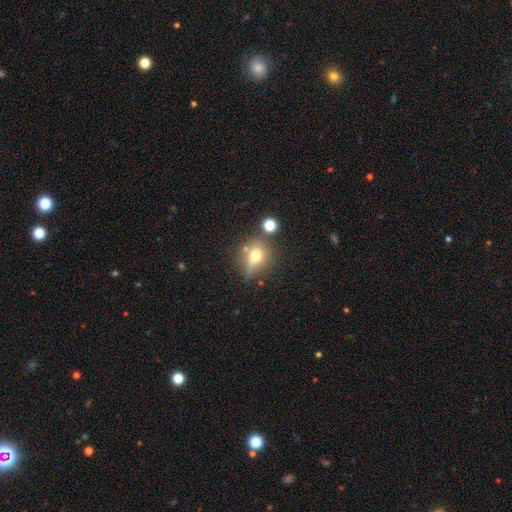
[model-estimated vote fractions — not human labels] Smooth or featured?
  - smooth: 59% *
  - featured or disk: 26%
  - star or artifact: 15%
How rounded?
  - round: 56% *
  - in between: 40%
  - cigar-shaped: 5%
Merging?
  - none: 55% *
  - minor disturbance: 21%
  - merger: 12%
  - major disturbance: 11%